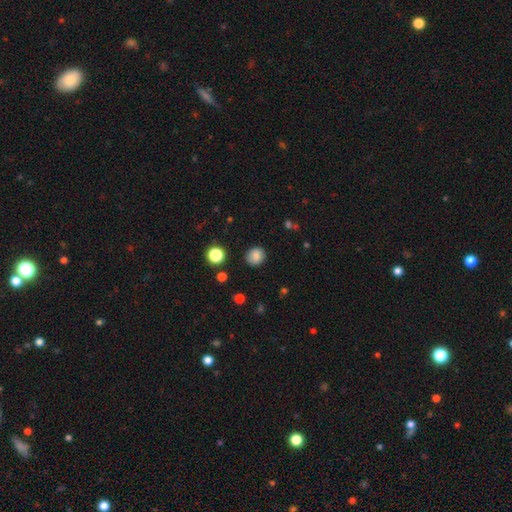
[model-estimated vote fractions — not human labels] smooth_or_featured: smooth (p=0.83) [alt: star or artifact p=0.10]
how_rounded: round (p=0.85) [alt: in between p=0.14]
merging: none (p=0.87) [alt: minor disturbance p=0.09]